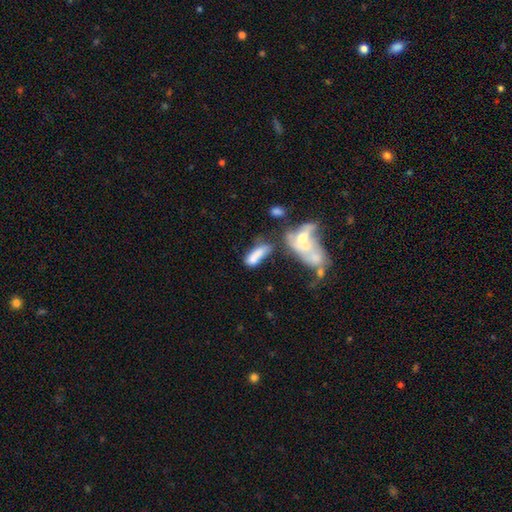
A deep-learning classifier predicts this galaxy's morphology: Smooth or featured? Predicted: smooth (p=0.67). How rounded? Predicted: in between (p=0.58). Merging? Predicted: merger (p=0.43).